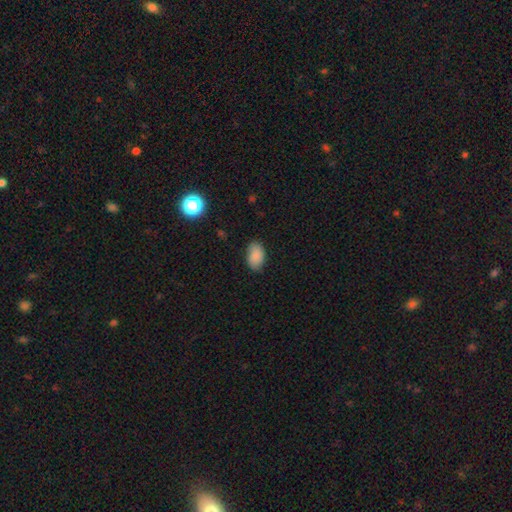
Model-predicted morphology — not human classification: smooth 87%, star or artifact 8%, featured or disk 5%. Down the decision tree: how rounded — in between (91%); merging — none (82%).